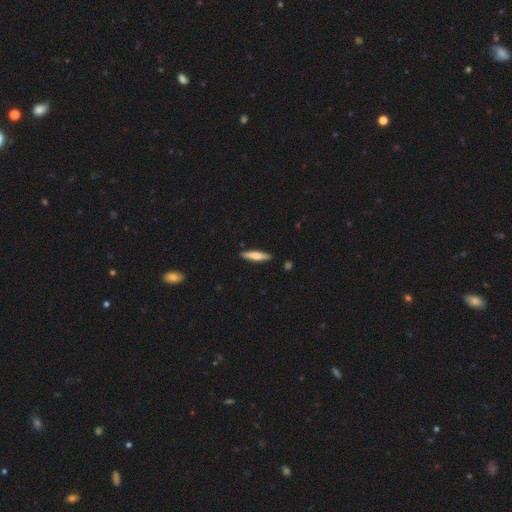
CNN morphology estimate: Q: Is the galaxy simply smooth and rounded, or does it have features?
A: smooth — 67%.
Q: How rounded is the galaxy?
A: cigar-shaped — 82%.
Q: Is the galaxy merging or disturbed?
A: none — 89%.